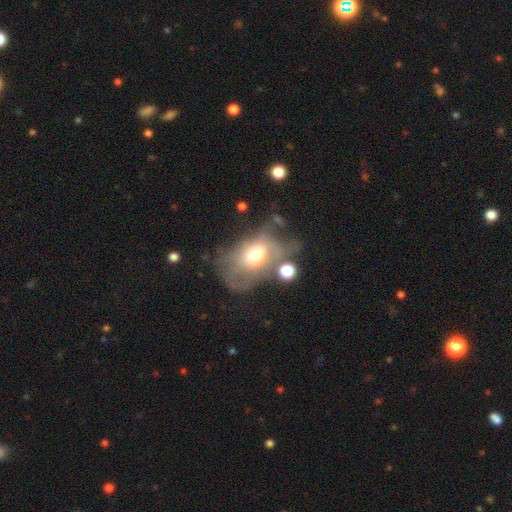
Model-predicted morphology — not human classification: This is possibly a smooth galaxy (47%). Merging: marginally major disturbance (44%).